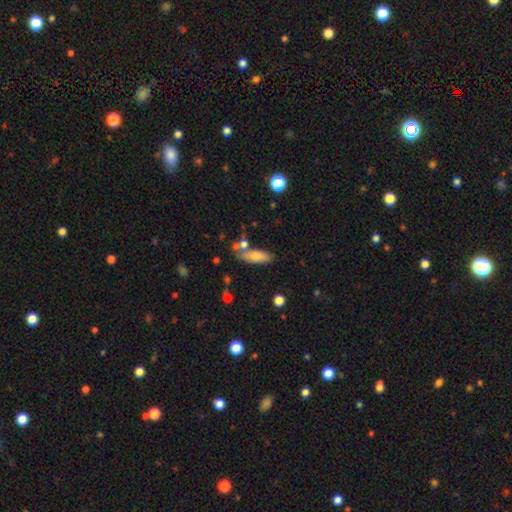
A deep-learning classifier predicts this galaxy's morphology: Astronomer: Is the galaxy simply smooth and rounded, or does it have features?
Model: smooth — 72%.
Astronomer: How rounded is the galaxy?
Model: in between — 62%.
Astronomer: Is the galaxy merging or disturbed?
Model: none — 62%.